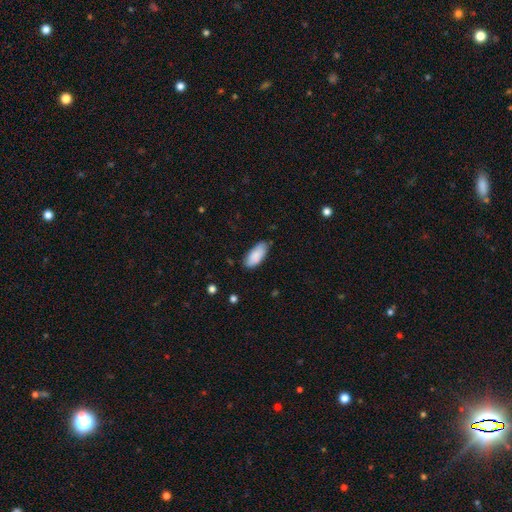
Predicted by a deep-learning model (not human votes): This is clearly a smooth galaxy (88%). How rounded: clearly in between (88%). Merging: likely none (76%).